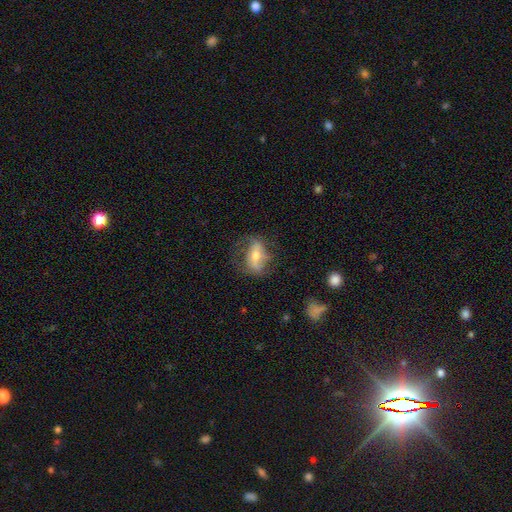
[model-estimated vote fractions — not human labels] smooth-or-featured: featured or disk: 48% | smooth: 43% | star or artifact: 9%
  merging: none: 59% | minor disturbance: 24% | major disturbance: 16% | merger: 2%